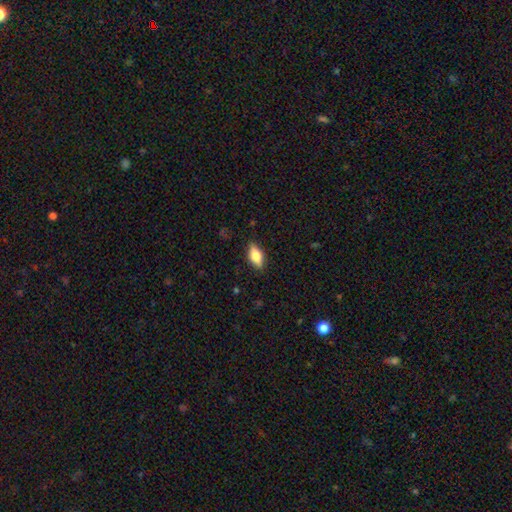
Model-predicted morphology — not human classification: Smooth or featured? Predicted: smooth (p=0.65). How rounded? Predicted: in between (p=0.80). Merging? Predicted: none (p=0.85).